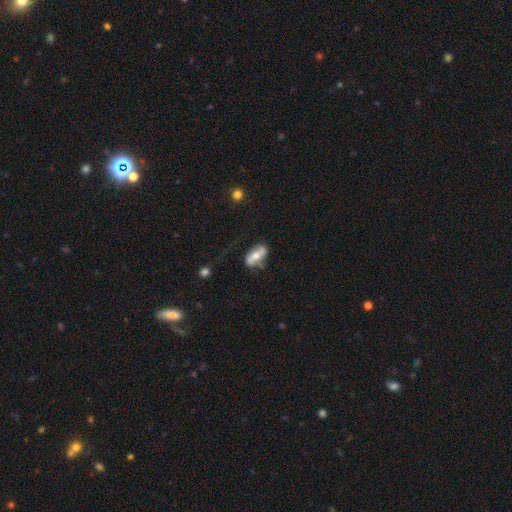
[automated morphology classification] smooth_or_featured: featured or disk (p=0.53) [alt: smooth p=0.40]
disk_edge_on: no (p=0.72) [alt: yes p=0.28]
merging: none (p=0.59) [alt: minor disturbance p=0.24]